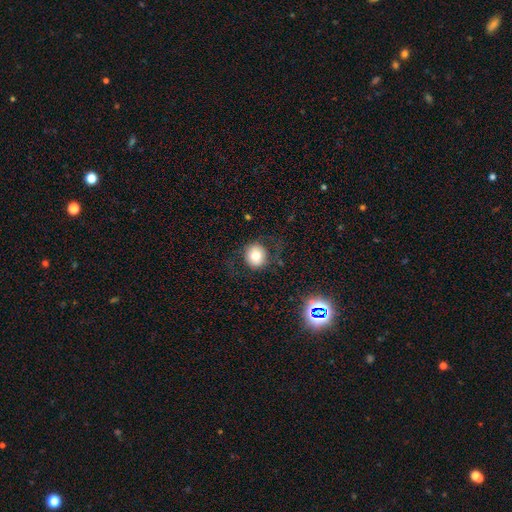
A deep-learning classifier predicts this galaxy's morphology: type=smooth (72%); roundness=round (88%); merging=none (79%).